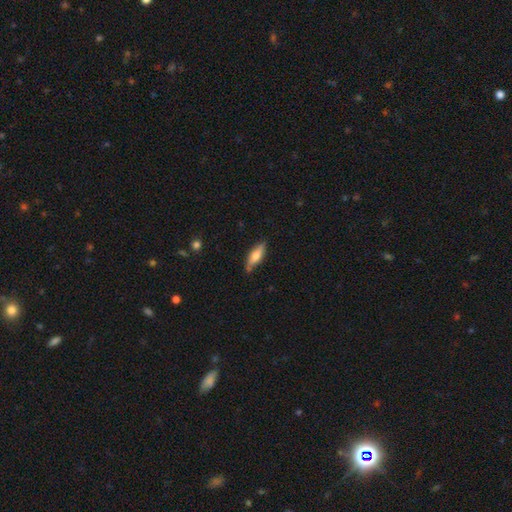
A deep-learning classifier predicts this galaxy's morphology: This is possibly a smooth galaxy (58%). How rounded: possibly cigar-shaped (52%). Merging: likely none (78%).